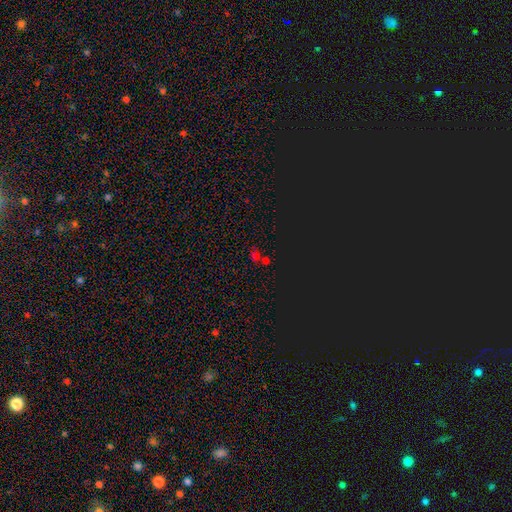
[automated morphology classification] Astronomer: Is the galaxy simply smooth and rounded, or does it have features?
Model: star or artifact — 55% (runner-up: smooth, 36%).